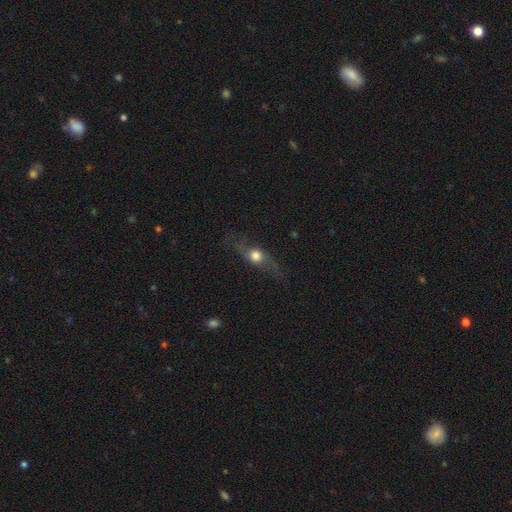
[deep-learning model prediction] Smooth or featured? Predicted: smooth (p=0.46). Merging? Predicted: none (p=0.70).